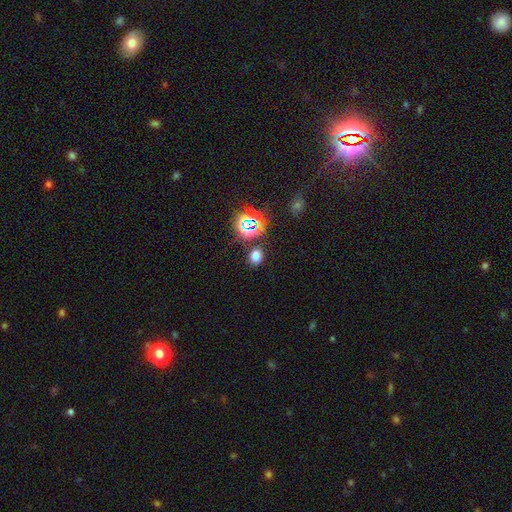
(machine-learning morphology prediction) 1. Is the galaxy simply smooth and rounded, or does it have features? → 66% smooth, 28% star or artifact, 6% featured or disk.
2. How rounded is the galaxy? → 53% round, 46% in between, 1% cigar-shaped.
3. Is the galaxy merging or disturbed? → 82% none, 10% minor disturbance, 4% merger, 4% major disturbance.